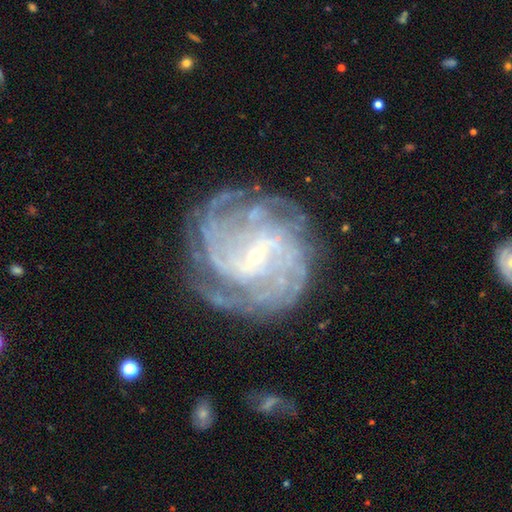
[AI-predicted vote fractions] Q: Smooth or featured?
A: featured or disk (89%); runner-up: star or artifact (6%)
Q: Edge-on disk?
A: no (97%); runner-up: yes (3%)
Q: Bar?
A: weak (49%); runner-up: strong (27%)
Q: Spiral arms?
A: yes (95%); runner-up: no (5%)
Q: Spiral winding?
A: tight (64%); runner-up: medium (28%)
Q: Spiral arm count?
A: can't tell (29%); runner-up: 4 (22%)
Q: Bulge size?
A: small (82%); runner-up: moderate (14%)
Q: Merging?
A: none (73%); runner-up: minor disturbance (16%)